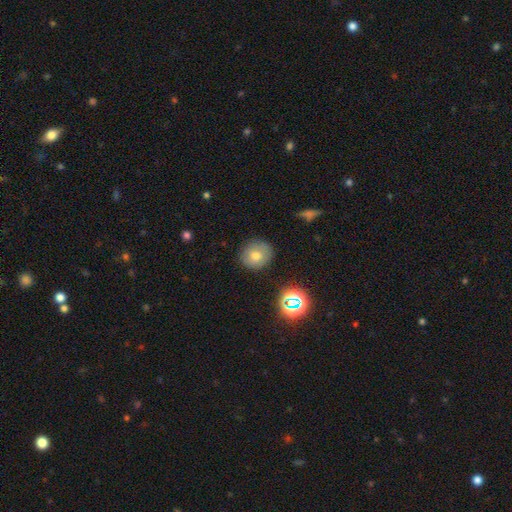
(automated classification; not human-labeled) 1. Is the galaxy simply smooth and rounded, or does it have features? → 74% smooth, 14% star or artifact, 12% featured or disk.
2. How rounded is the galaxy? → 86% round, 13% in between, 1% cigar-shaped.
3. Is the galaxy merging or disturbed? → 84% none, 11% minor disturbance, 3% major disturbance, 2% merger.